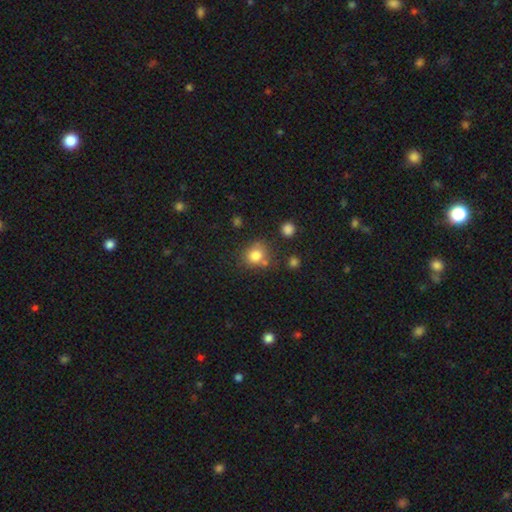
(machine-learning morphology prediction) Smooth or featured?
  - smooth: 81% *
  - star or artifact: 12%
  - featured or disk: 8%
How rounded?
  - round: 75% *
  - in between: 24%
  - cigar-shaped: 1%
Merging?
  - none: 65% *
  - minor disturbance: 16%
  - merger: 13%
  - major disturbance: 6%